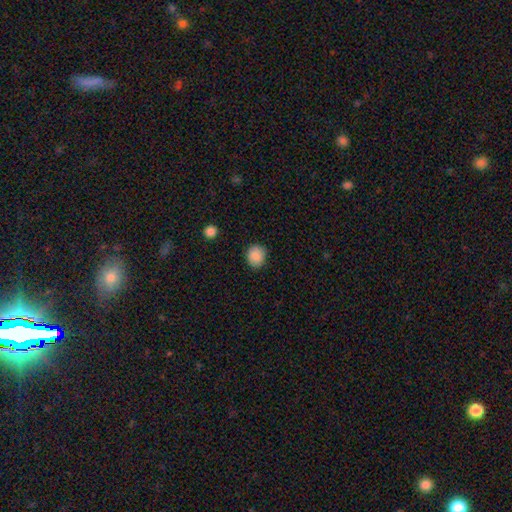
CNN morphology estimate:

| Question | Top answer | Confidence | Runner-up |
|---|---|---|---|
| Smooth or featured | smooth | 88% | star or artifact (9%) |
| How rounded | round | 74% | in between (25%) |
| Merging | none | 85% | minor disturbance (11%) |